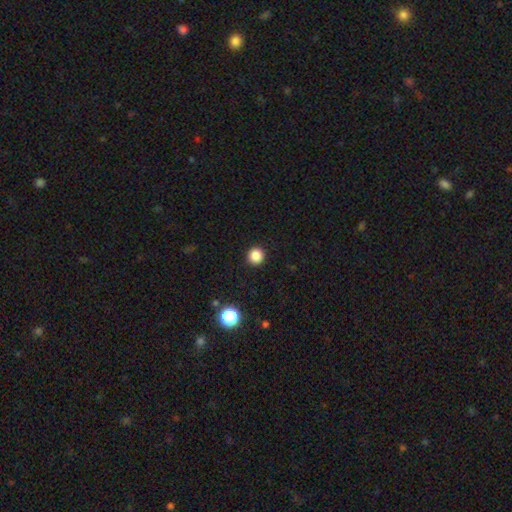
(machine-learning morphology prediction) This is clearly a smooth galaxy (85%). How rounded: clearly round (95%). Merging: clearly none (93%).